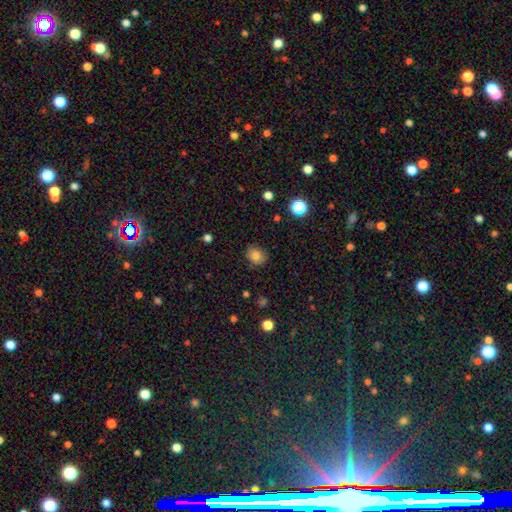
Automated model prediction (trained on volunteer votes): smooth 81%, star or artifact 11%, featured or disk 7%. Down the decision tree: how rounded — round (63%); merging — none (82%).